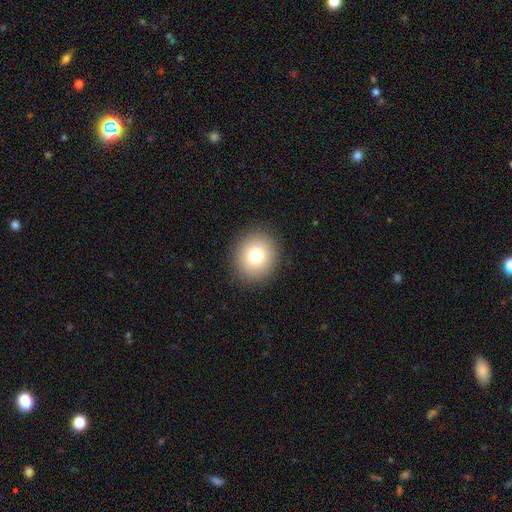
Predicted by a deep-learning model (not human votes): smooth-or-featured: smooth: 77% | star or artifact: 11% | featured or disk: 11%
  how-rounded: round: 85% | in between: 14% | cigar-shaped: 1%
  merging: none: 90% | minor disturbance: 6% | major disturbance: 2% | merger: 1%